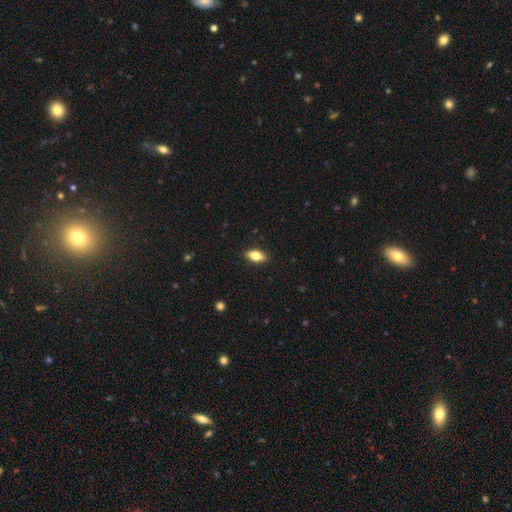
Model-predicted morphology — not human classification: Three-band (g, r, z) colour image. It shows a smooth galaxy with no disk features (73%) that is in between round and cigar-shaped (85%). Merging: none (89%).